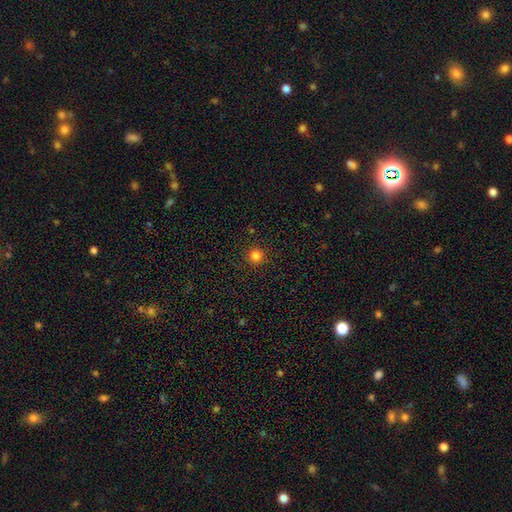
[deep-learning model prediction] smooth_or_featured: smooth (p=0.82) [alt: star or artifact p=0.14]
how_rounded: round (p=0.96) [alt: in between p=0.03]
merging: none (p=0.92) [alt: minor disturbance p=0.05]